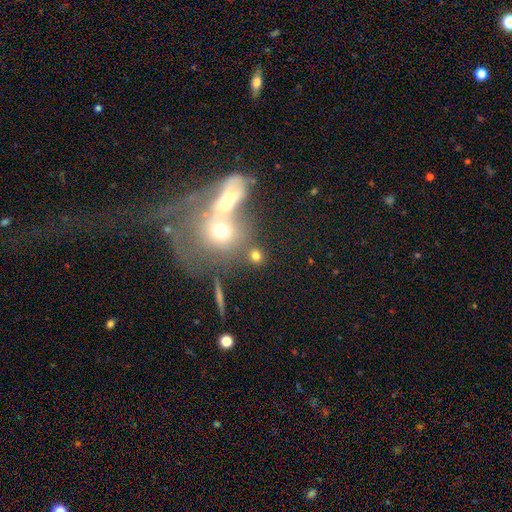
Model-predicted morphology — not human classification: Q: Smooth or featured?
A: smooth (72%); runner-up: star or artifact (17%)
Q: How rounded?
A: round (80%); runner-up: in between (17%)
Q: Merging?
A: none (65%); runner-up: merger (21%)